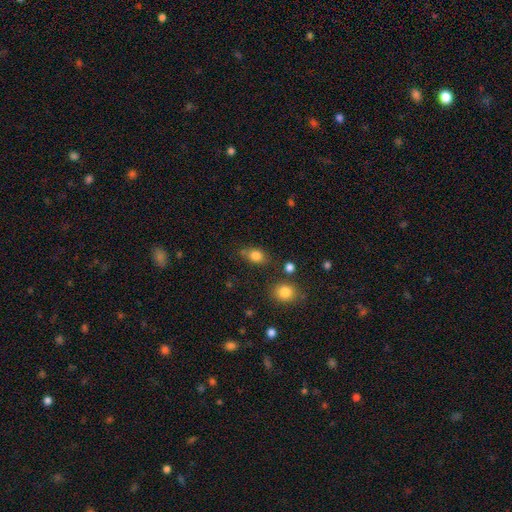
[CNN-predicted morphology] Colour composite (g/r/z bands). It shows a smooth galaxy with no disk features (82%) that is in between round and cigar-shaped (68%). Merging: none (67%).